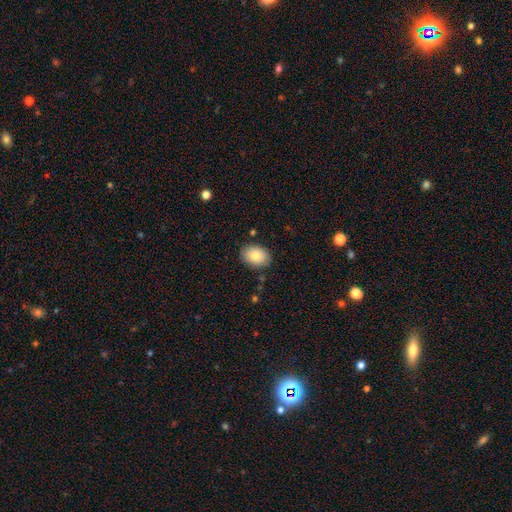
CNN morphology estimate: smooth 83%, featured or disk 10%, star or artifact 7%. Down the decision tree: how rounded — in between (80%); merging — none (85%).